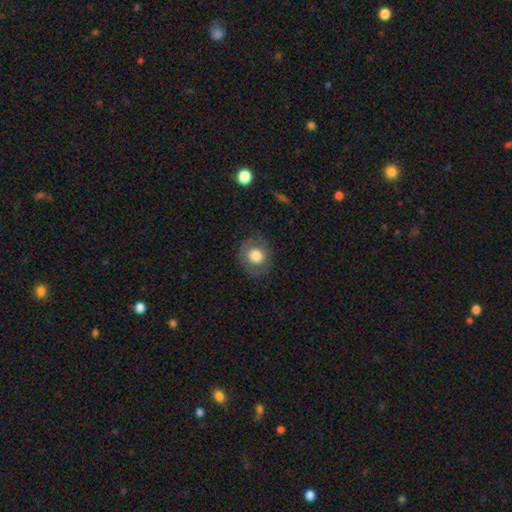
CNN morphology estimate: This is likely a smooth galaxy (72%). How rounded: likely round (77%). Merging: likely none (79%).